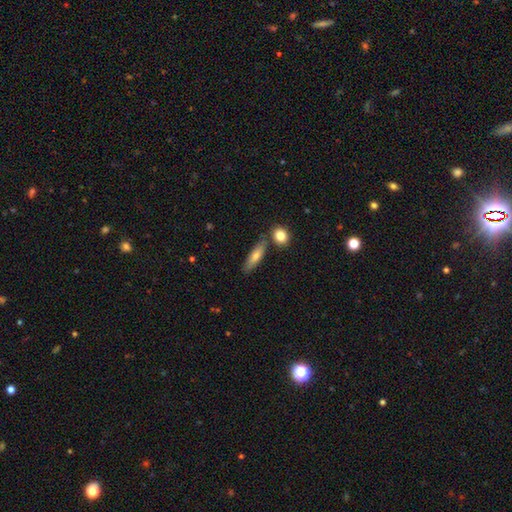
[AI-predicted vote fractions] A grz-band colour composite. It shows a smooth galaxy with no disk features (70%) that is cigar-shaped (63%). Merging: none (76%).